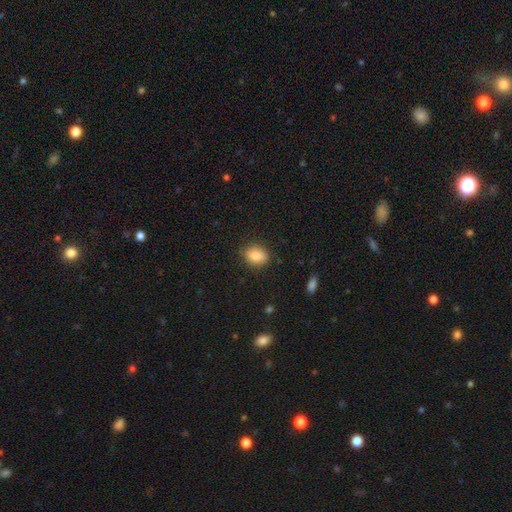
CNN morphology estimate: A smooth galaxy with no disk features (85%) that is in between round and cigar-shaped (61%).

Vote fractions:
- Smooth or featured? smooth: 85% / star or artifact: 9% / featured or disk: 7%
- How rounded? in between: 61% / round: 38% / cigar-shaped: 1%
- Merging? none: 82% / minor disturbance: 13% / major disturbance: 3% / merger: 1%